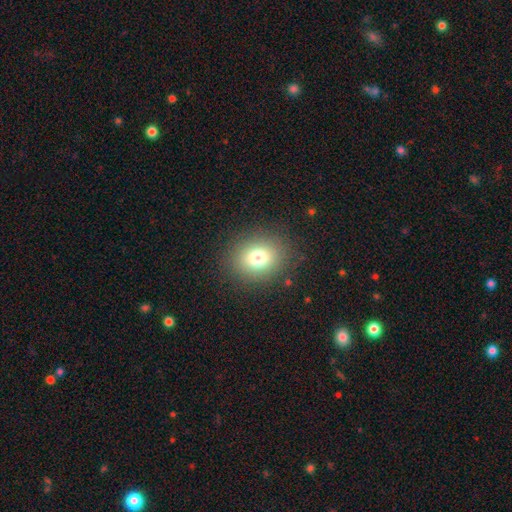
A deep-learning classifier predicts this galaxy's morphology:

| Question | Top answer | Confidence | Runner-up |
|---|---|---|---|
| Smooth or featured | smooth | 78% | star or artifact (12%) |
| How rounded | round | 60% | in between (39%) |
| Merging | none | 87% | minor disturbance (8%) |